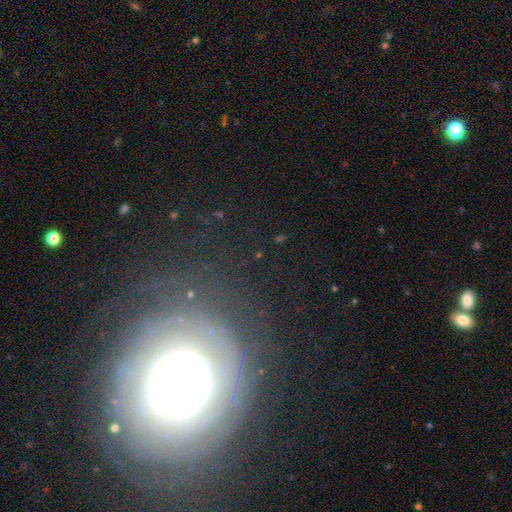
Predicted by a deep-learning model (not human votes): This is possibly a featured or disk galaxy (51%). It is clearly not viewed edge-on (93%). Merging: likely none (71%).